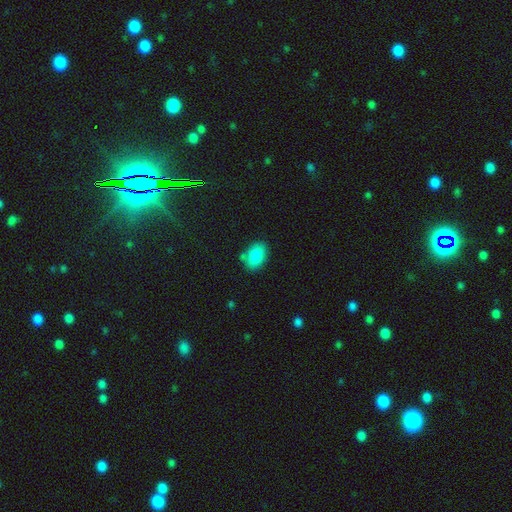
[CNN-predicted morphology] The model was most divided on "merging": none: 74%, minor disturbance: 16%, merger: 7%, major disturbance: 3%. More confident: smooth or featured — smooth (83%); how rounded — in between (82%).